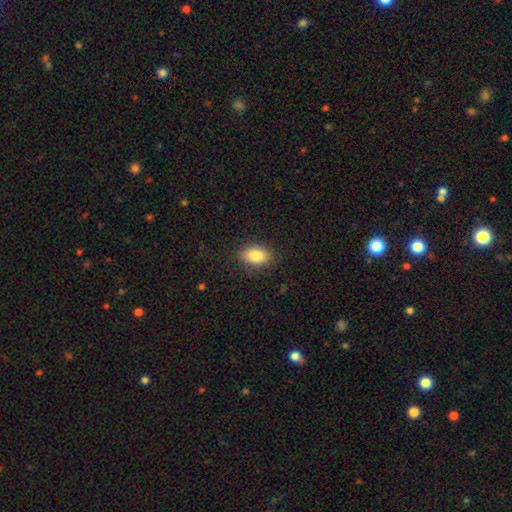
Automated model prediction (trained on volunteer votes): Q: Smooth or featured?
A: smooth (84%); runner-up: featured or disk (8%)
Q: How rounded?
A: in between (88%); runner-up: round (10%)
Q: Merging?
A: none (87%); runner-up: minor disturbance (10%)